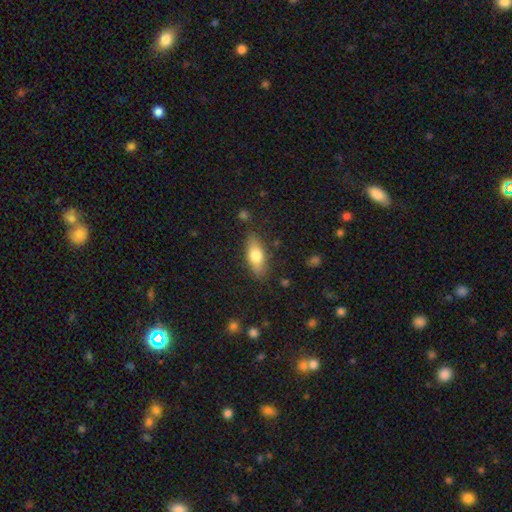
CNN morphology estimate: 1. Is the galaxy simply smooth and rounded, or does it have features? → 70% smooth, 23% featured or disk, 6% star or artifact.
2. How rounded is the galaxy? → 73% in between, 23% cigar-shaped, 4% round.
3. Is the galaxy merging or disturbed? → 82% none, 13% minor disturbance, 3% major disturbance, 2% merger.